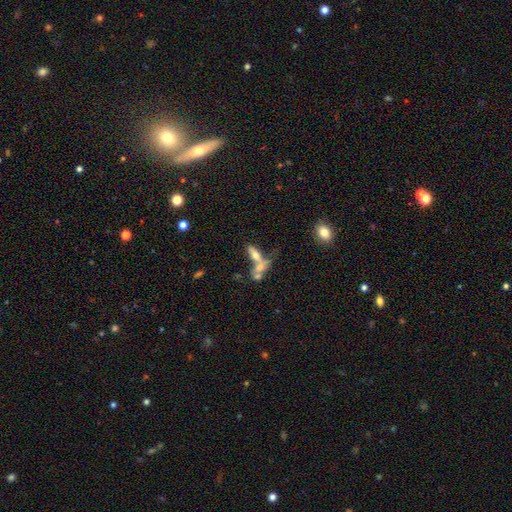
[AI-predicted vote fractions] smooth-or-featured: smooth: 51% | featured or disk: 37% | star or artifact: 12%
  how-rounded: in between: 59% | cigar-shaped: 34% | round: 7%
  merging: merger: 58% | none: 23% | major disturbance: 10% | minor disturbance: 10%